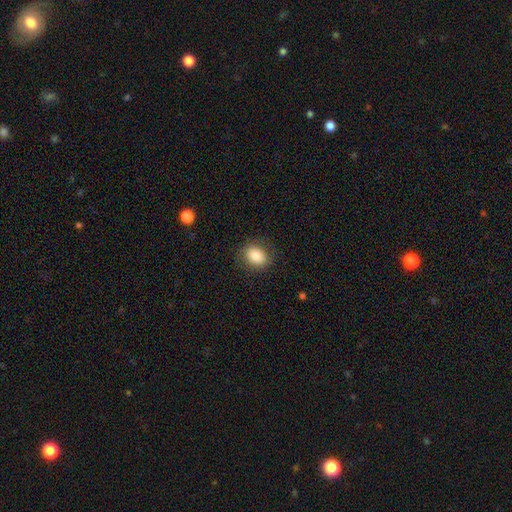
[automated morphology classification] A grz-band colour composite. It shows a smooth galaxy with no disk features (85%) that is in between round and cigar-shaped (62%). Merging: none (85%).